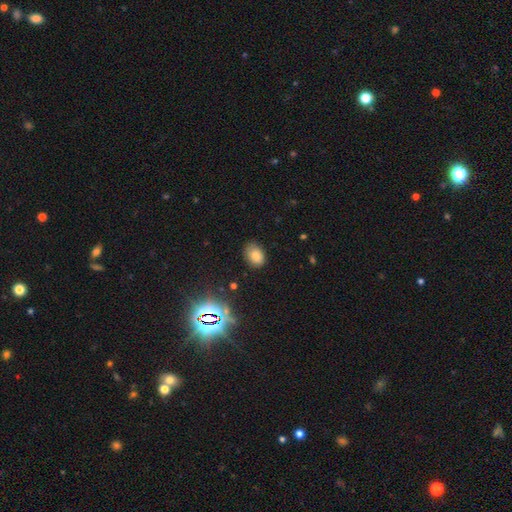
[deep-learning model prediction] Smooth or featured? Predicted: smooth (p=0.76). How rounded? Predicted: in between (p=0.80). Merging? Predicted: none (p=0.82).